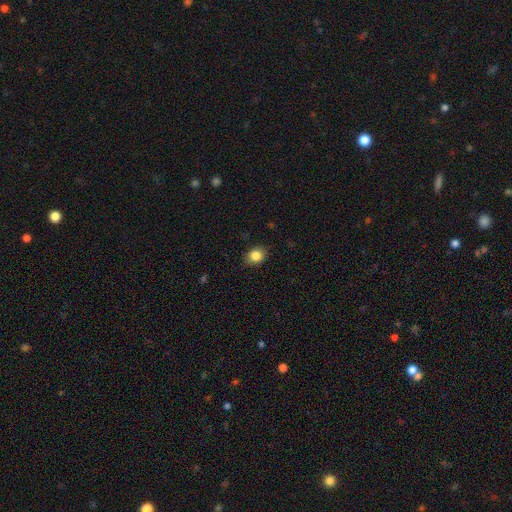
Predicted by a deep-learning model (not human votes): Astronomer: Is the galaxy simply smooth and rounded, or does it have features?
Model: smooth — 84%.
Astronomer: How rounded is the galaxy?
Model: round — 55% (runner-up: in between, 44%).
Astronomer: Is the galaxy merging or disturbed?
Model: none — 85%.